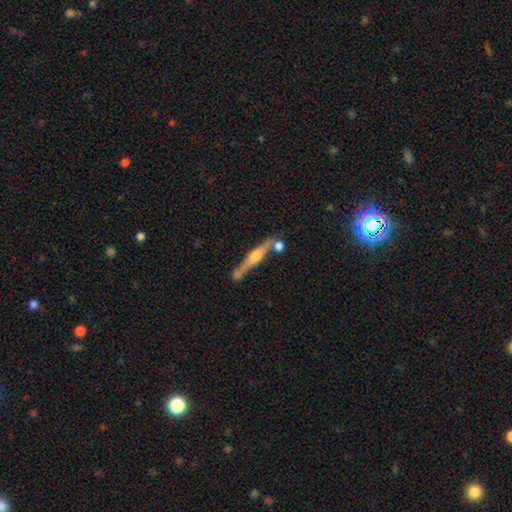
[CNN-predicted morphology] featured or disk 73%, smooth 21%, star or artifact 6%. Down the decision tree: edge-on disk — yes (96%); edge-on bulge — rounded (93%); merging — none (70%).